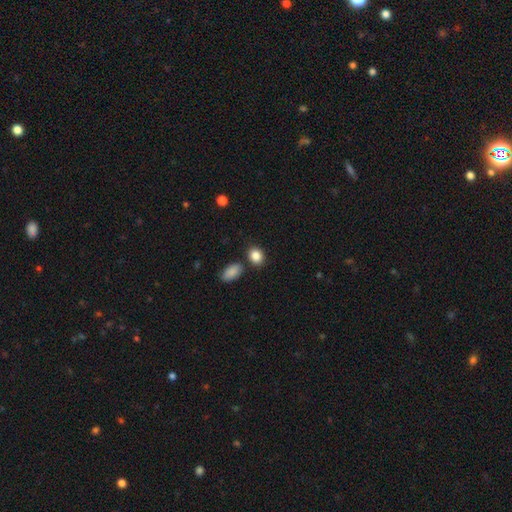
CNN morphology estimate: Smooth or featured? smooth (86%)
How rounded? in between (56%)
Merging? none (76%)